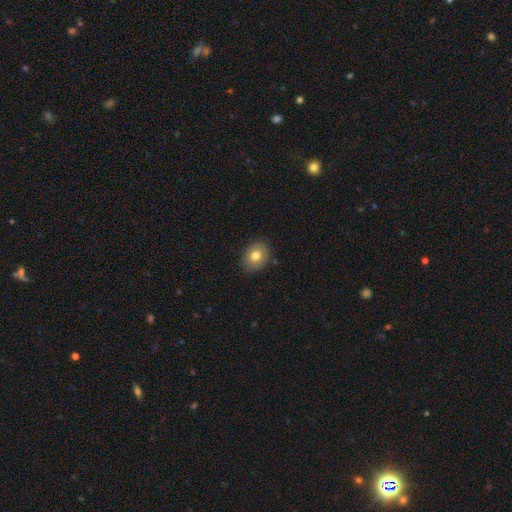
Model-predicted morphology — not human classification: Q: Smooth or featured?
A: smooth (76%); runner-up: featured or disk (15%)
Q: How rounded?
A: in between (50%); tied with: round (50%)
Q: Merging?
A: none (84%); runner-up: minor disturbance (12%)